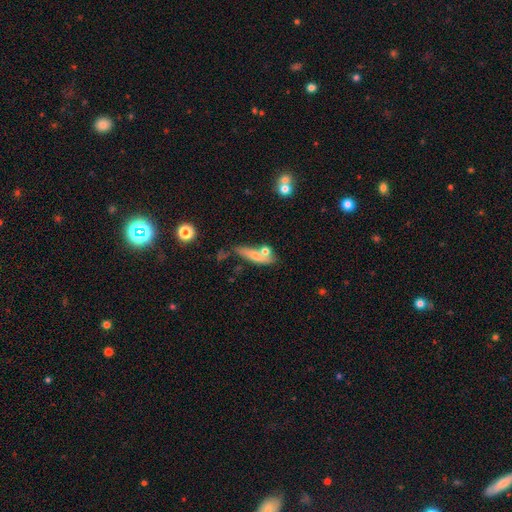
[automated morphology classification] smooth-or-featured: smooth: 61% | featured or disk: 31% | star or artifact: 8%
  how-rounded: cigar-shaped: 64% | in between: 31% | round: 5%
  merging: none: 48% | merger: 26% | minor disturbance: 18% | major disturbance: 8%